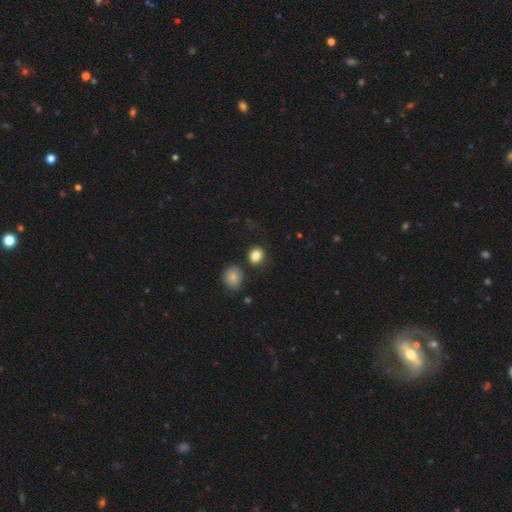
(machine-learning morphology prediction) Smooth or featured?
  - smooth: 84% *
  - star or artifact: 10%
  - featured or disk: 6%
How rounded?
  - round: 72% *
  - in between: 27%
  - cigar-shaped: 1%
Merging?
  - none: 79% *
  - minor disturbance: 11%
  - merger: 6%
  - major disturbance: 4%